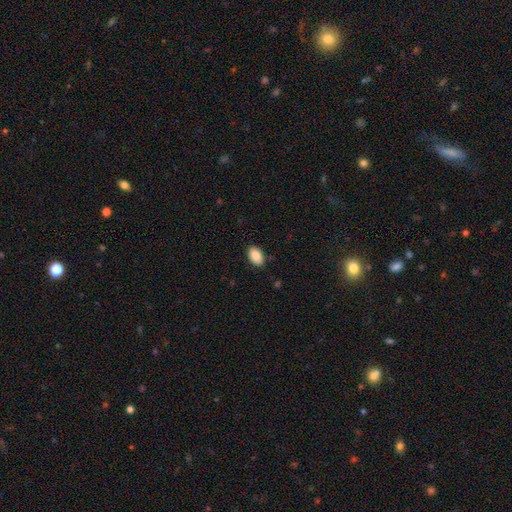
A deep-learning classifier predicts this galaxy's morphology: type=smooth (89%); roundness=in between (93%); merging=none (87%).